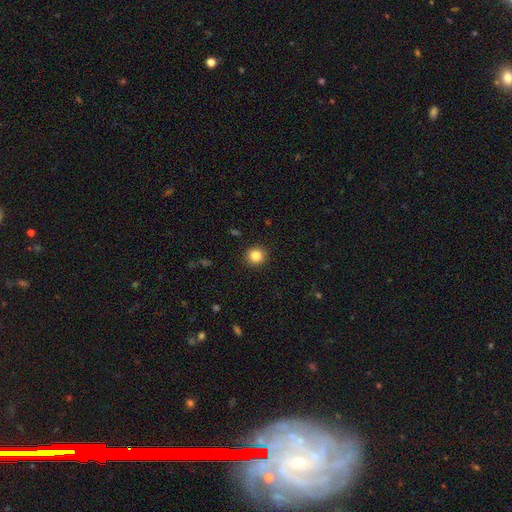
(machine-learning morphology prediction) Smooth or featured: smooth — 85% (star or artifact — 10%)
How rounded: round — 90% (in between — 9%)
Merging: none — 91% (minor disturbance — 6%)